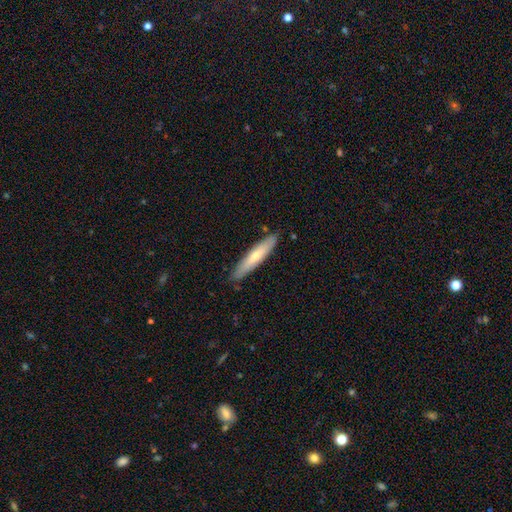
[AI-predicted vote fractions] Smooth or featured: smooth — 58% (featured or disk — 36%)
How rounded: cigar-shaped — 88% (in between — 11%)
Merging: none — 87% (minor disturbance — 10%)